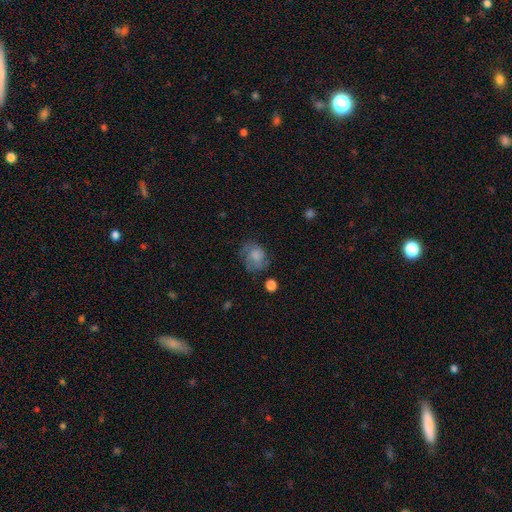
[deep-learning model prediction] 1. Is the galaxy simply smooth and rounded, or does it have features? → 55% smooth, 36% featured or disk, 9% star or artifact.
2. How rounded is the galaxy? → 61% round, 38% in between, 1% cigar-shaped.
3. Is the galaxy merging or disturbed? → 58% none, 24% minor disturbance, 16% major disturbance, 3% merger.